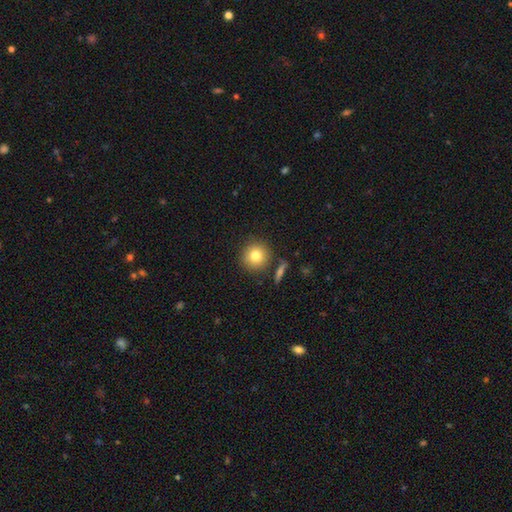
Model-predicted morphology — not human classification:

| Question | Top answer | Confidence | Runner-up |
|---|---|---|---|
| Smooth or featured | smooth | 80% | star or artifact (10%) |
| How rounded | round | 93% | in between (6%) |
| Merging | none | 83% | minor disturbance (8%) |